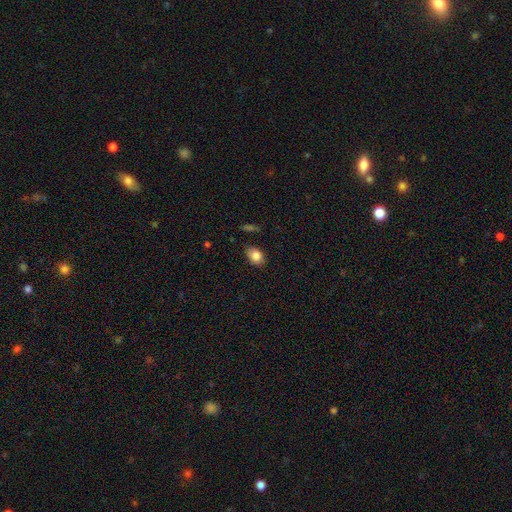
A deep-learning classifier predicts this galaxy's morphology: Smooth or featured: smooth — 84% (star or artifact — 9%)
How rounded: in between — 74% (round — 25%)
Merging: none — 79% (minor disturbance — 16%)